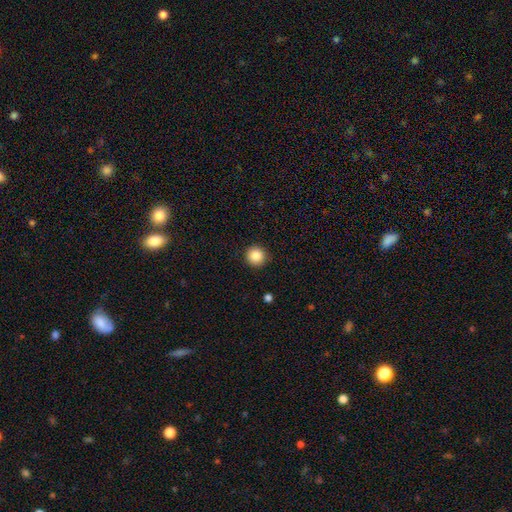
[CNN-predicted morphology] type=smooth (86%); roundness=round (95%); merging=none (92%).